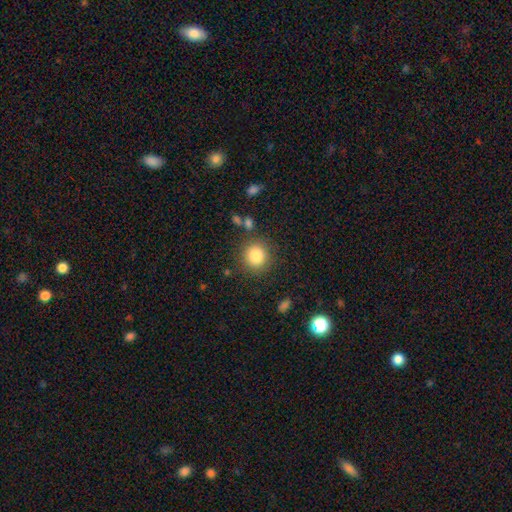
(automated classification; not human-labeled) Q: Smooth or featured?
A: smooth (84%); runner-up: star or artifact (10%)
Q: How rounded?
A: round (91%); runner-up: in between (8%)
Q: Merging?
A: none (84%); runner-up: minor disturbance (9%)